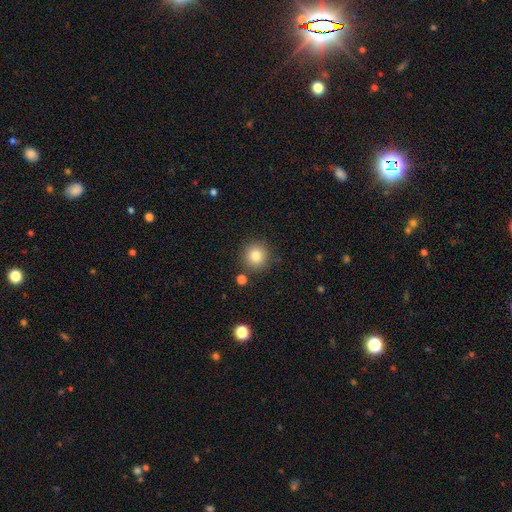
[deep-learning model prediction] smooth_or_featured: smooth (p=0.82) [alt: star or artifact p=0.11]
how_rounded: round (p=0.93) [alt: in between p=0.06]
merging: none (p=0.86) [alt: minor disturbance p=0.08]